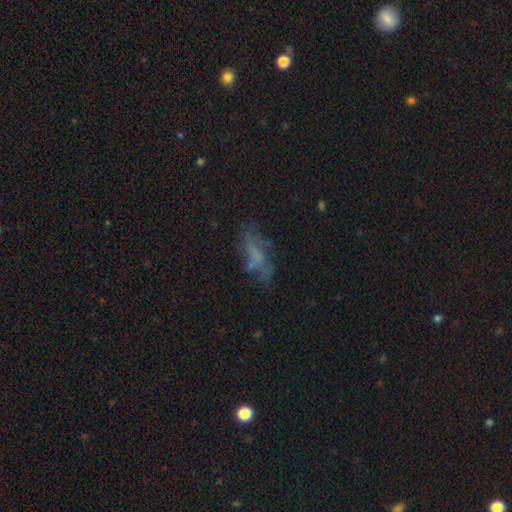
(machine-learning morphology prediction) Overall: featured or disk (43%; smooth 40%). Merging: none (47%; major disturbance 25%).